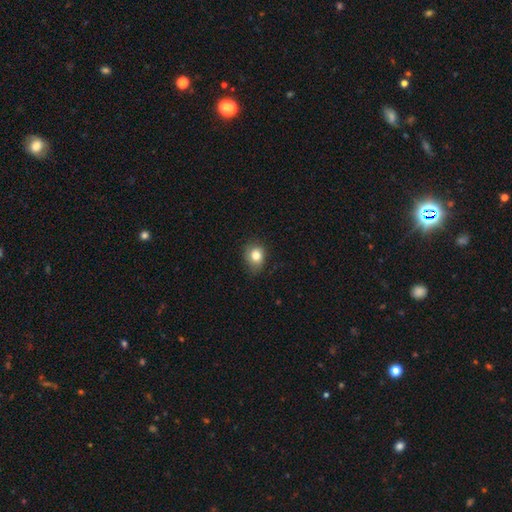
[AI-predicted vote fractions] Smooth or featured? smooth (81%)
How rounded? round (55%)
Merging? none (72%)